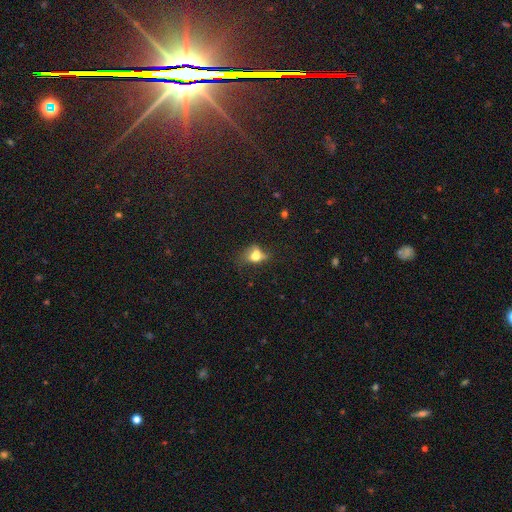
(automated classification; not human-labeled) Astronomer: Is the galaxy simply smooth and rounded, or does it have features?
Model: smooth — 67%.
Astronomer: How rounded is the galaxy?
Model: in between — 67%.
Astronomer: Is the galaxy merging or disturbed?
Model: none — 34% (runner-up: minor disturbance, 28%).